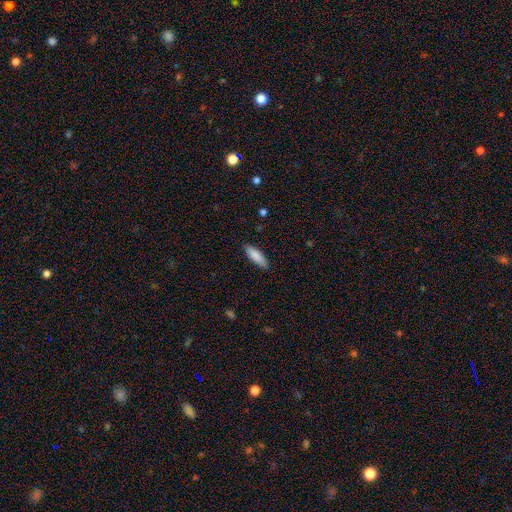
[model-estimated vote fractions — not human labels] This is clearly a smooth galaxy (87%). How rounded: possibly cigar-shaped (50%). Merging: clearly none (87%).